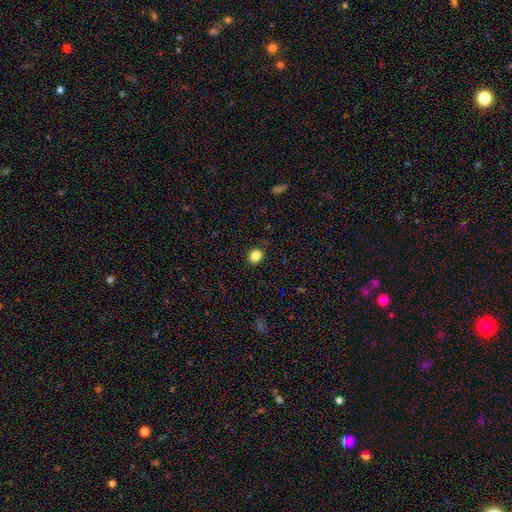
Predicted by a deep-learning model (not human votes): A smooth galaxy with no disk features (84%) that is round (71%). Merging: none (90%).